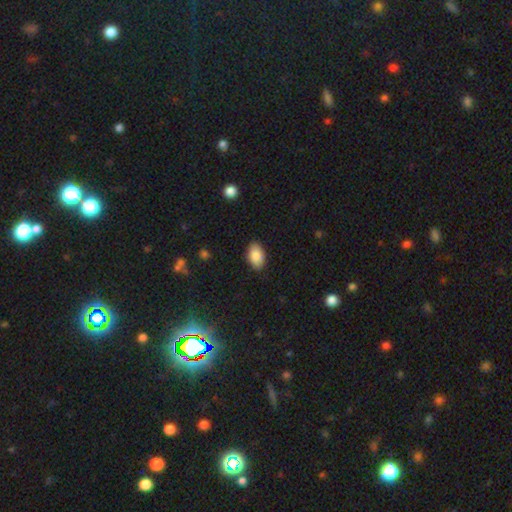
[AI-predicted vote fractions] smooth_or_featured: smooth (p=0.84) [alt: featured or disk p=0.08]
how_rounded: in between (p=0.92) [alt: round p=0.07]
merging: none (p=0.85) [alt: minor disturbance p=0.12]